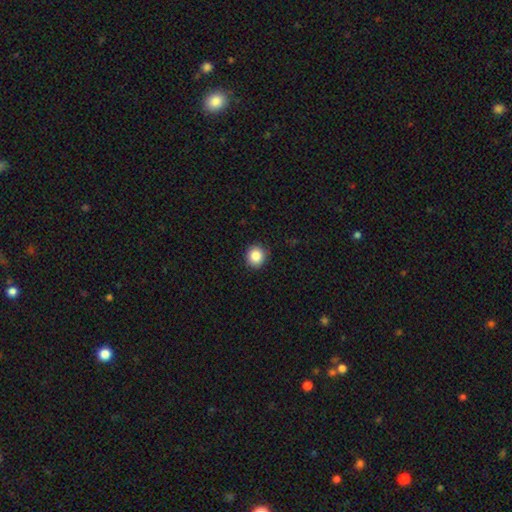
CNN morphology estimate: A smooth galaxy with no disk features (87%) that is round (87%). Merging: none (90%).